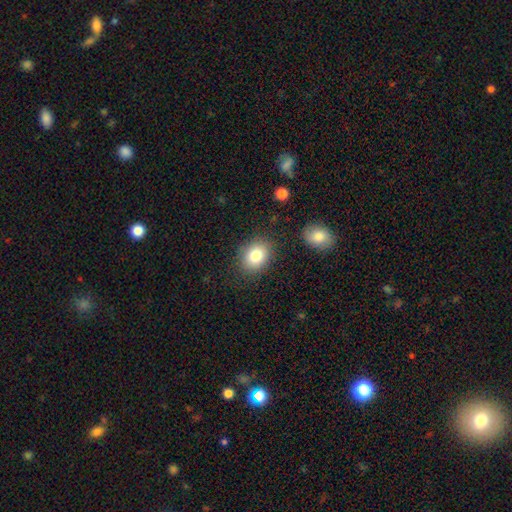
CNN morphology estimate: This is clearly a smooth galaxy (81%). How rounded: possibly in between (55%). Merging: clearly none (84%).